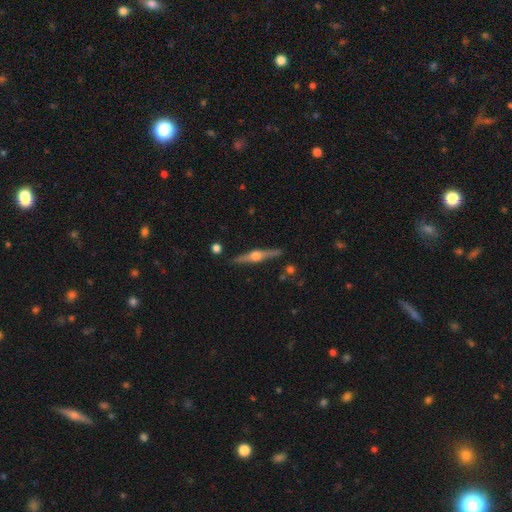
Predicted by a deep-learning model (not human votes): smooth-or-featured: featured or disk: 82% | smooth: 13% | star or artifact: 5%
  disk-edge-on: yes: 98% | no: 2%
    edge-on-bulge: rounded: 94% | boxy: 4% | none: 2%
  merging: none: 89% | minor disturbance: 7% | merger: 2% | major disturbance: 2%